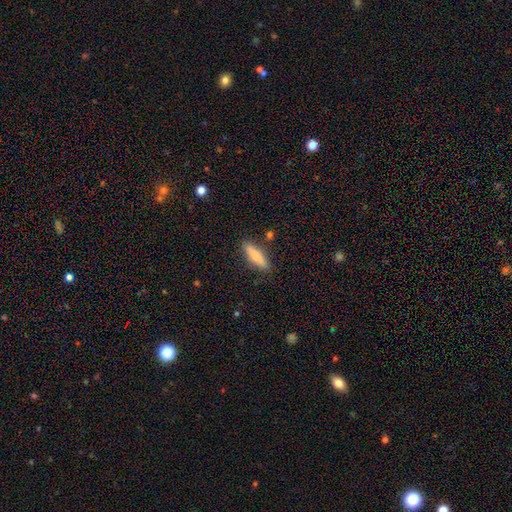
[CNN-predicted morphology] A smooth galaxy with no disk features (76%) that is cigar-shaped (72%).

Vote fractions:
- Smooth or featured? smooth: 76% / featured or disk: 18% / star or artifact: 6%
- How rounded? cigar-shaped: 72% / in between: 27% / round: 2%
- Merging? none: 84% / minor disturbance: 11% / merger: 3% / major disturbance: 3%